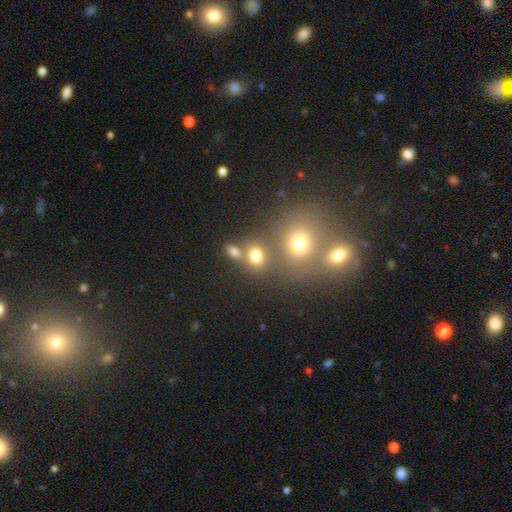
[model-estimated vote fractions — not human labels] This is likely a smooth galaxy (74%). How rounded: possibly round (58%). Merging: possibly none (54%).